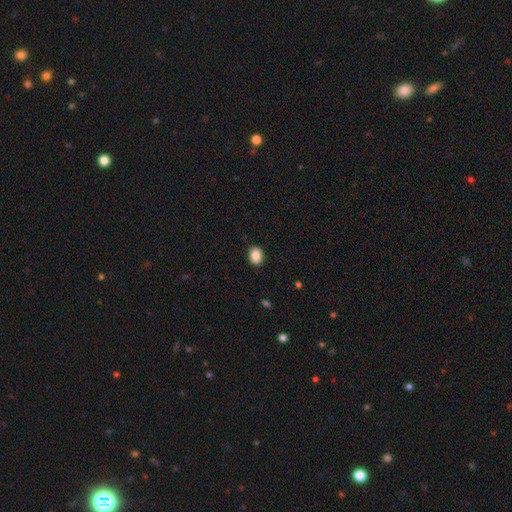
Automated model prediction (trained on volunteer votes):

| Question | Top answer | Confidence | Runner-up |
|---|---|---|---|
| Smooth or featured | smooth | 88% | star or artifact (8%) |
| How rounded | in between | 73% | round (26%) |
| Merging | none | 89% | minor disturbance (8%) |